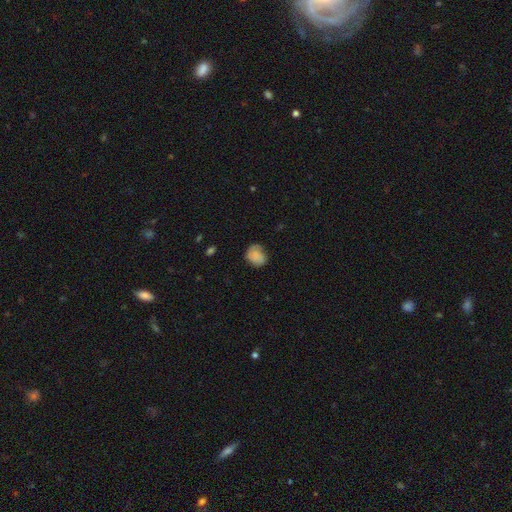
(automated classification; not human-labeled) Q: Smooth or featured?
A: smooth (76%); runner-up: featured or disk (15%)
Q: How rounded?
A: round (54%); runner-up: in between (45%)
Q: Merging?
A: none (57%); runner-up: minor disturbance (30%)